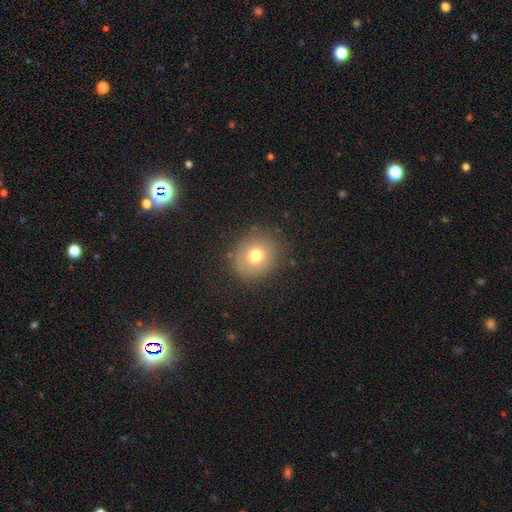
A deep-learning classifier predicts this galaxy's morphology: Q: Smooth or featured?
A: smooth (73%); runner-up: featured or disk (15%)
Q: How rounded?
A: round (82%); runner-up: in between (17%)
Q: Merging?
A: none (84%); runner-up: minor disturbance (11%)